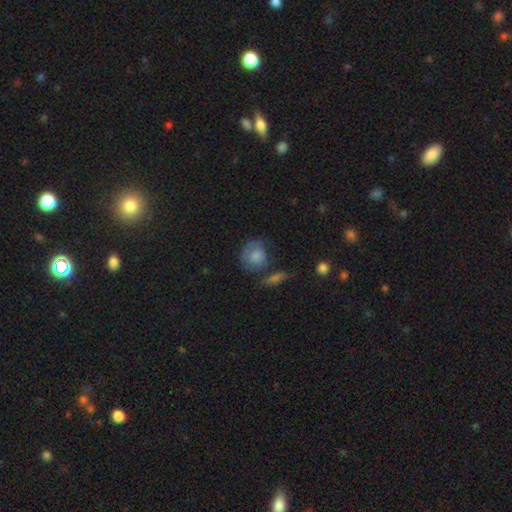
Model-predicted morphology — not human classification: Smooth or featured? smooth (73%)
How rounded? round (70%)
Merging? none (51%)